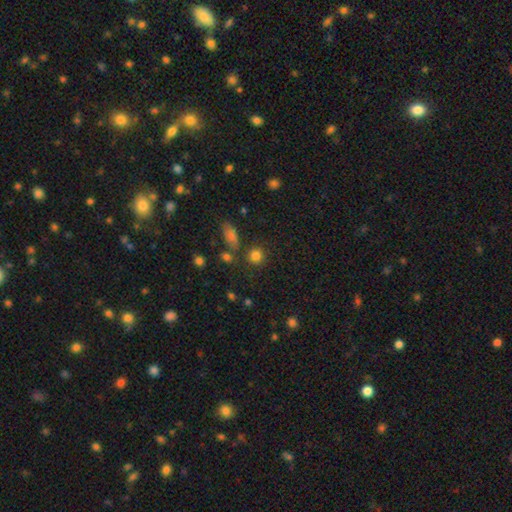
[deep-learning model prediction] Smooth or featured? smooth (81%)
How rounded? round (85%)
Merging? none (78%)